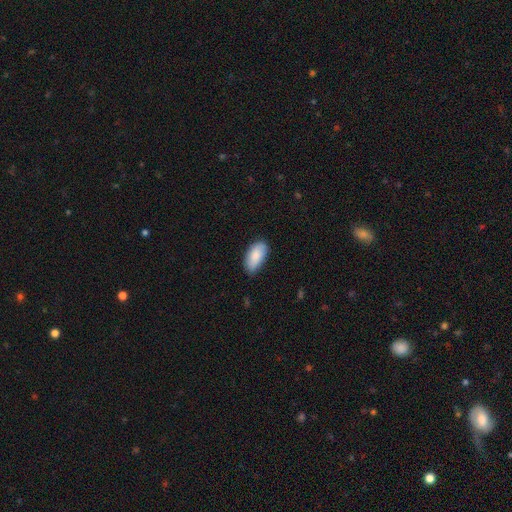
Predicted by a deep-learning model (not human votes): A smooth galaxy with no disk features (85%) that is in between round and cigar-shaped (94%). Merging: none (77%).